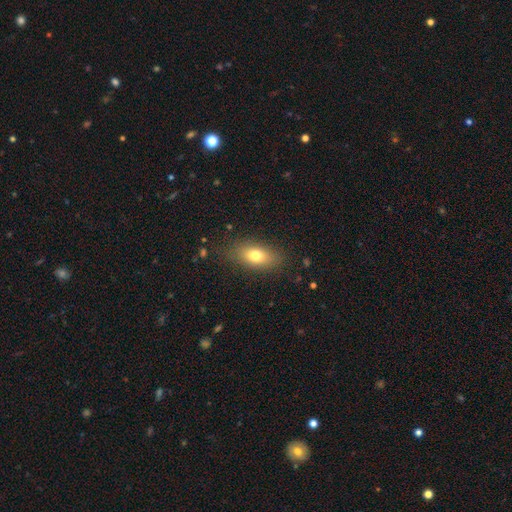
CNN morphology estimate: Overall: smooth (74%). How rounded: in between (81%). Merging: none (83%).